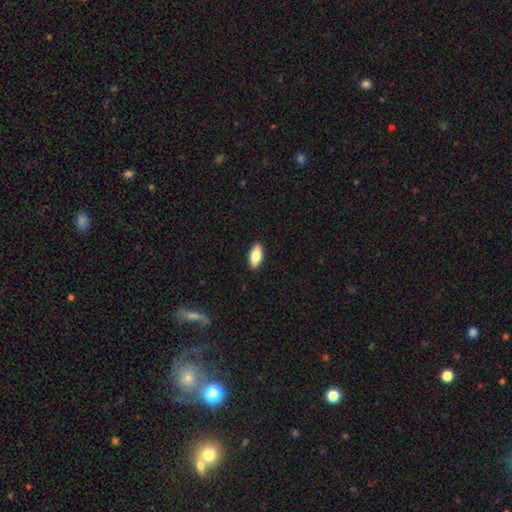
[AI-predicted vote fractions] Overall: smooth (81%). How rounded: in between (89%). Merging: none (90%).